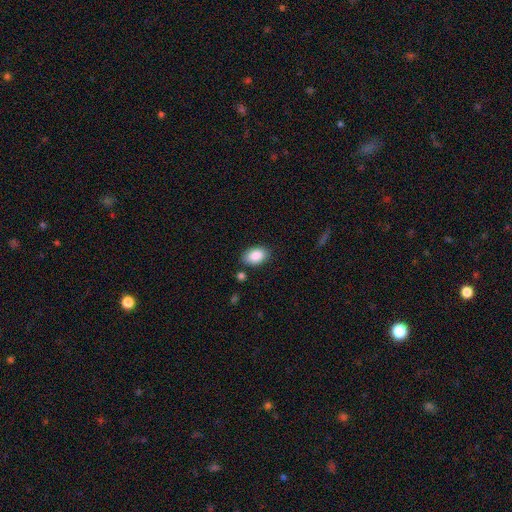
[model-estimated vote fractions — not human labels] A smooth galaxy with no disk features (88%) that is in between round and cigar-shaped (89%). Merging: none (82%).